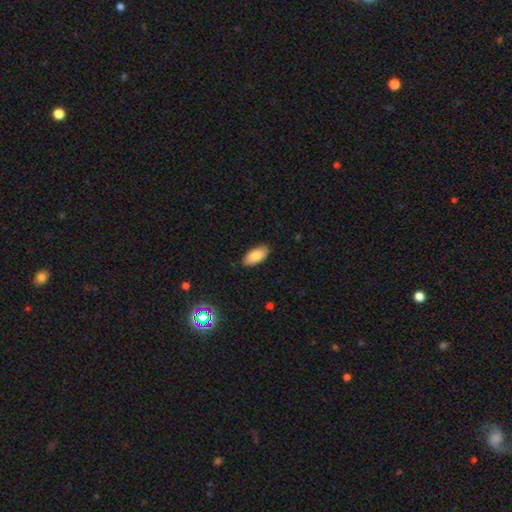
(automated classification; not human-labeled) A smooth galaxy with no disk features (84%) that is in between round and cigar-shaped (91%).

Vote fractions:
- Smooth or featured? smooth: 84% / featured or disk: 9% / star or artifact: 7%
- How rounded? in between: 91% / cigar-shaped: 7% / round: 2%
- Merging? none: 86% / minor disturbance: 11% / major disturbance: 2% / merger: 1%